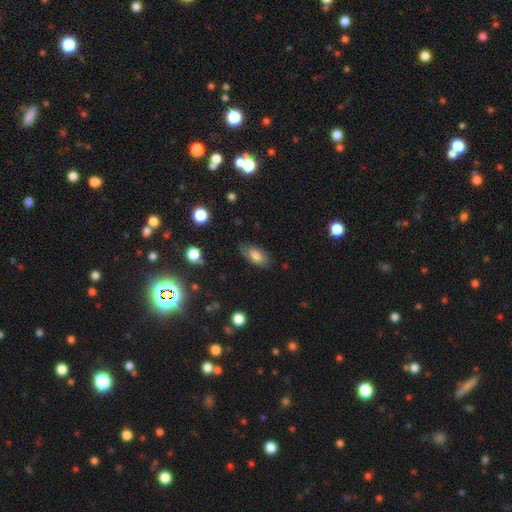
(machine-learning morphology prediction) Smooth or featured? Predicted: smooth (p=0.78). How rounded? Predicted: in between (p=0.88). Merging? Predicted: none (p=0.72).